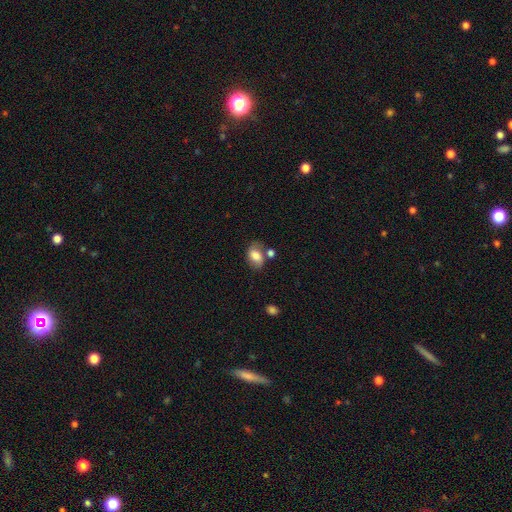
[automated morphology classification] This is likely a smooth galaxy (72%). How rounded: likely in between (80%). Merging: possibly none (54%).